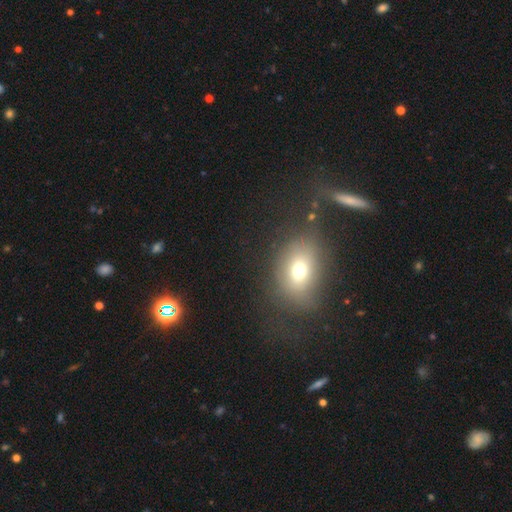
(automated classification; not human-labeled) Overall: smooth (58%; star or artifact 21%). How rounded: in between (71%). Merging: none (68%).